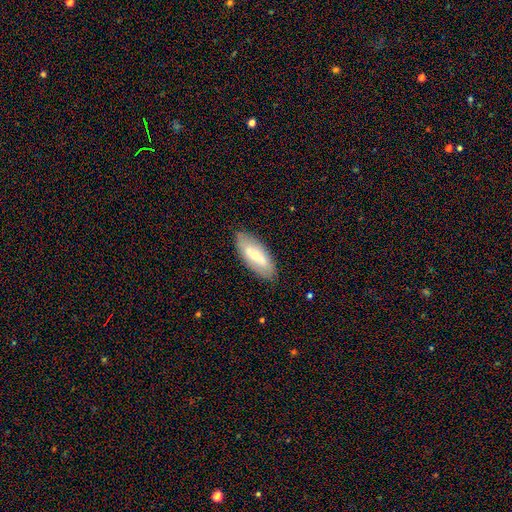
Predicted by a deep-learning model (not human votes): This appears to be a smooth galaxy with no disk features (49%). Merging: none (82%).